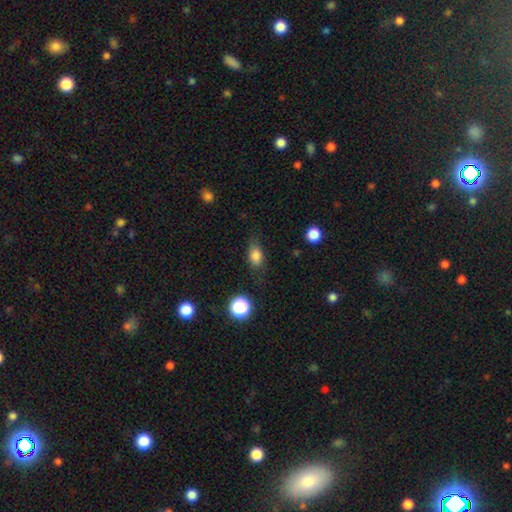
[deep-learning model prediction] smooth_or_featured: smooth (p=0.81) [alt: star or artifact p=0.11]
how_rounded: in between (p=0.78) [alt: round p=0.18]
merging: none (p=0.68) [alt: minor disturbance p=0.23]